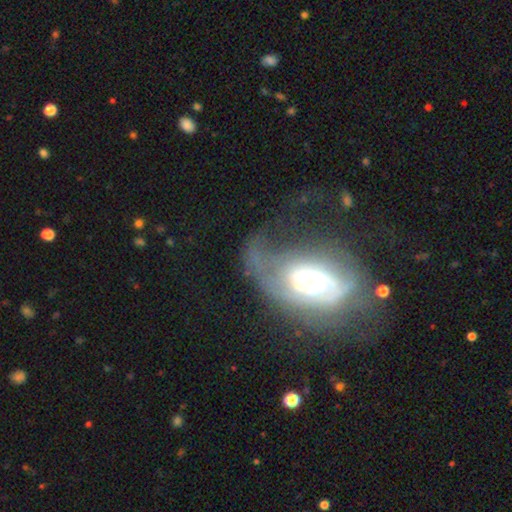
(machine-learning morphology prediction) featured or disk 74%, smooth 17%, star or artifact 9%. Down the decision tree: edge-on disk — no (95%); bar — no (72%); spiral arms — yes (82%); spiral arm count — can't tell (37%); spiral winding — tight (48%); bulge size — small (58%); merging — major disturbance (41%).